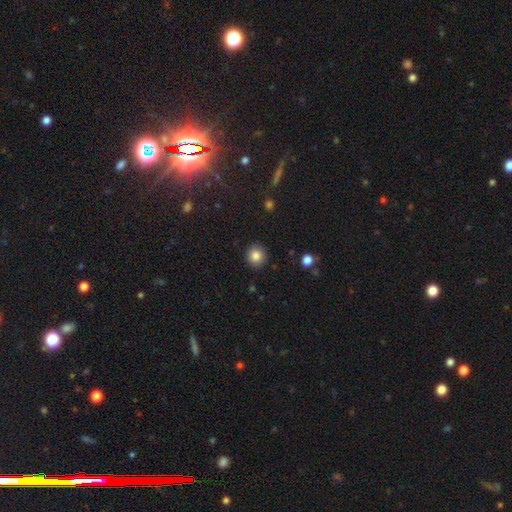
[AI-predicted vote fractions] The model was most divided on "smooth or featured": smooth: 84%, star or artifact: 10%, featured or disk: 6%. More confident: merging — none (91%); how rounded — round (89%).